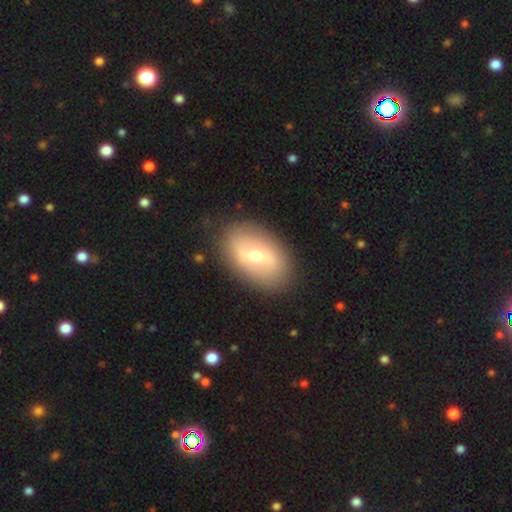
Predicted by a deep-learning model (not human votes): The model was most divided on "smooth or featured": featured or disk: 52%, smooth: 41%, star or artifact: 7%. More confident: edge-on disk — no (89%); merging — none (86%).